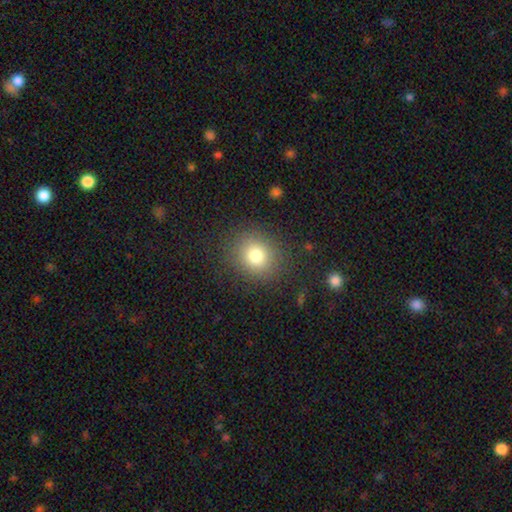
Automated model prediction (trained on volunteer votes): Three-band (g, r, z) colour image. It shows a smooth galaxy with no disk features (77%) that is round (82%). Merging: none (86%).